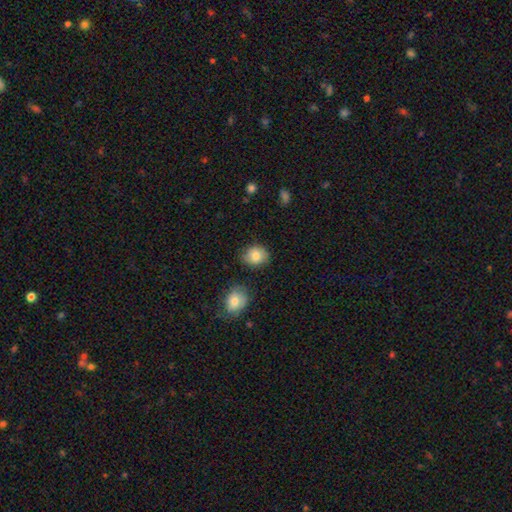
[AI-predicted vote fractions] smooth_or_featured: smooth (p=0.81) [alt: featured or disk p=0.10]
how_rounded: round (p=0.64) [alt: in between p=0.35]
merging: none (p=0.79) [alt: minor disturbance p=0.15]